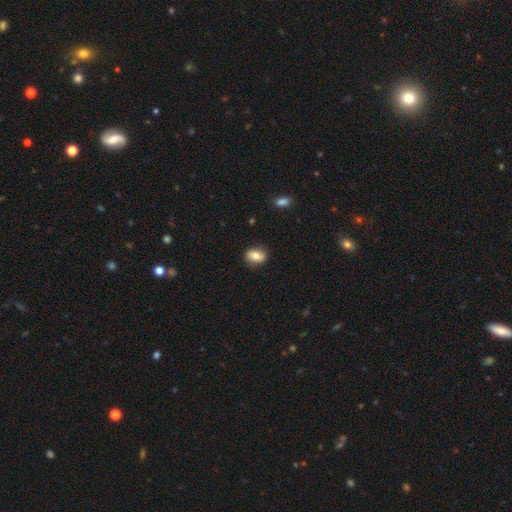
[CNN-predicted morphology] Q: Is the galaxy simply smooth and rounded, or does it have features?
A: smooth — 79%.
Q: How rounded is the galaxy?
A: in between — 67%.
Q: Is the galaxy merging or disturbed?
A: none — 87%.